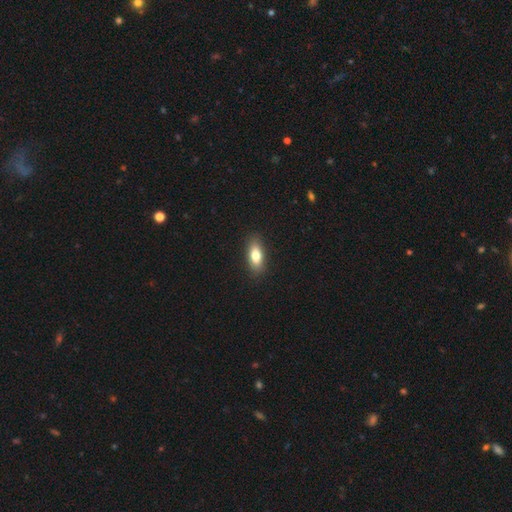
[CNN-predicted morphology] smooth 78%, featured or disk 15%, star or artifact 7%. Down the decision tree: how rounded — in between (78%); merging — none (89%).